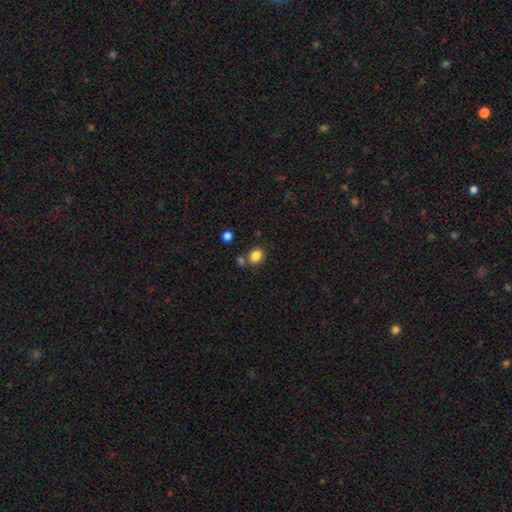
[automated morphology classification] The model was most divided on "how rounded": in between: 59%, round: 40%, cigar-shaped: 1%. More confident: smooth or featured — smooth (84%); merging — none (69%).